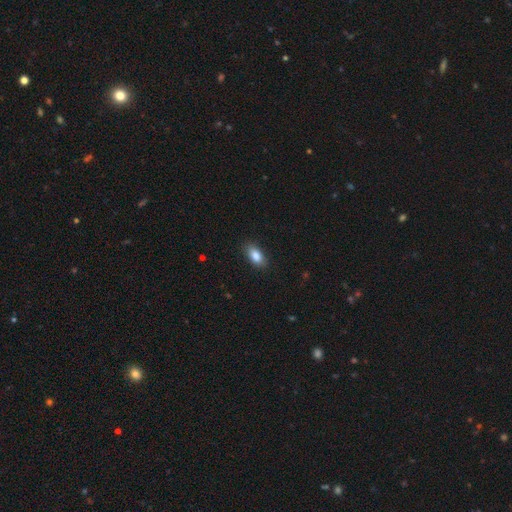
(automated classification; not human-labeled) Smooth or featured: smooth — 87% (star or artifact — 7%)
How rounded: in between — 90% (cigar-shaped — 6%)
Merging: none — 86% (minor disturbance — 10%)